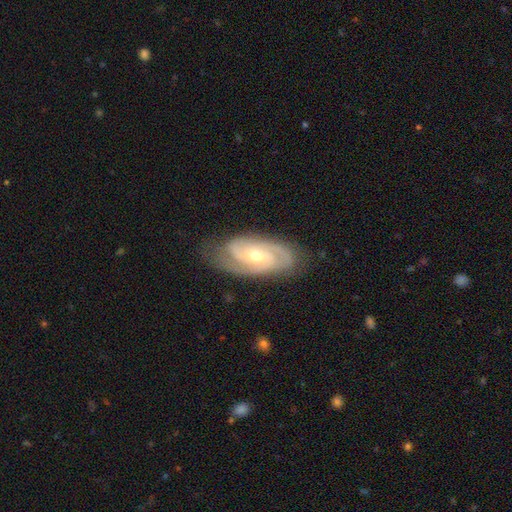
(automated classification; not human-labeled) Smooth or featured: featured or disk — 88% (smooth — 7%)
Edge-on disk: no — 95% (yes — 5%)
Bar: no — 58% (weak — 32%)
Spiral arms: yes — 98% (no — 2%)
Spiral winding: tight — 57% (medium — 37%)
Spiral arm count: 2 — 49% (3 — 30%)
Bulge size: small — 54% (moderate — 43%)
Merging: none — 78% (minor disturbance — 16%)